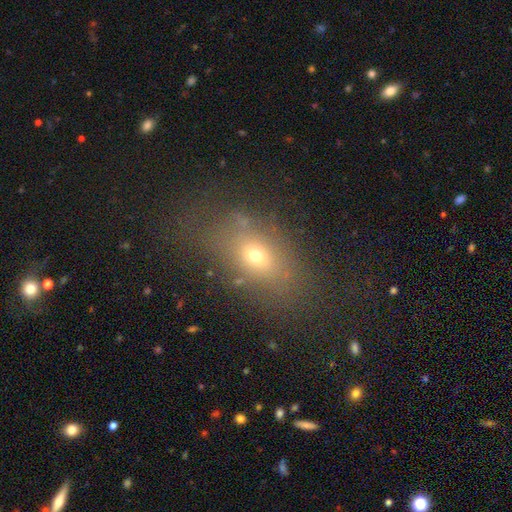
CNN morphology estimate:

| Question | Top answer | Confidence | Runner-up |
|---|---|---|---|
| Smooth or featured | smooth | 63% | featured or disk (19%) |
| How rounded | in between | 75% | round (19%) |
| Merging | none | 71% | minor disturbance (16%) |